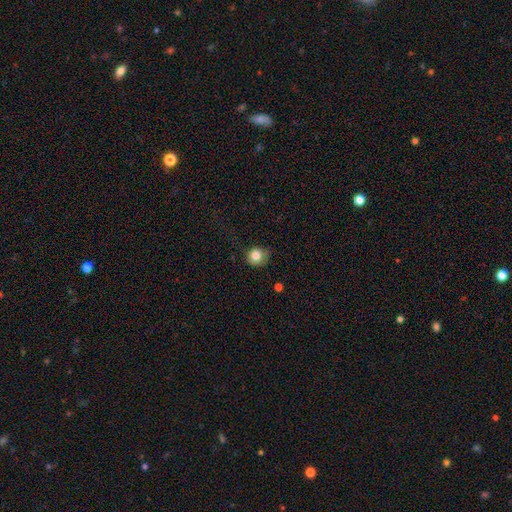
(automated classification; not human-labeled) smooth-or-featured: smooth: 81% | star or artifact: 10% | featured or disk: 9%
  how-rounded: round: 86% | in between: 13% | cigar-shaped: 1%
  merging: none: 62% | minor disturbance: 28% | major disturbance: 9% | merger: 2%